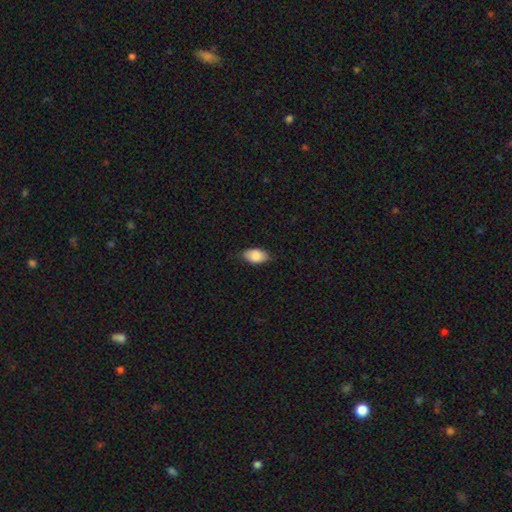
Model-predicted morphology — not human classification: This is clearly a smooth galaxy (88%). How rounded: clearly in between (92%). Merging: likely none (79%).